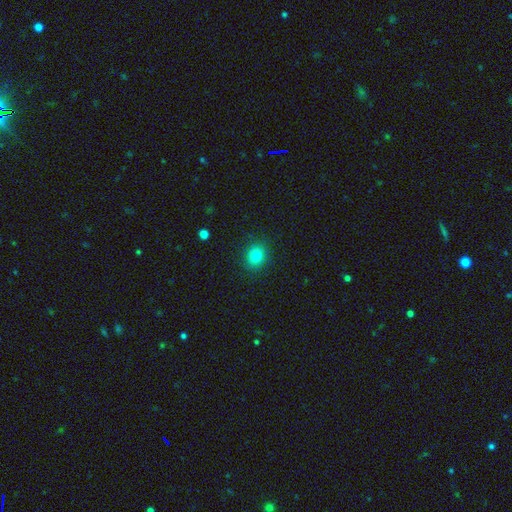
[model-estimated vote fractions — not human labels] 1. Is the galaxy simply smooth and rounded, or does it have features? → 82% smooth, 12% star or artifact, 6% featured or disk.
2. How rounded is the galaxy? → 68% round, 32% in between, 1% cigar-shaped.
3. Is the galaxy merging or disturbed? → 89% none, 7% minor disturbance, 2% major disturbance, 1% merger.